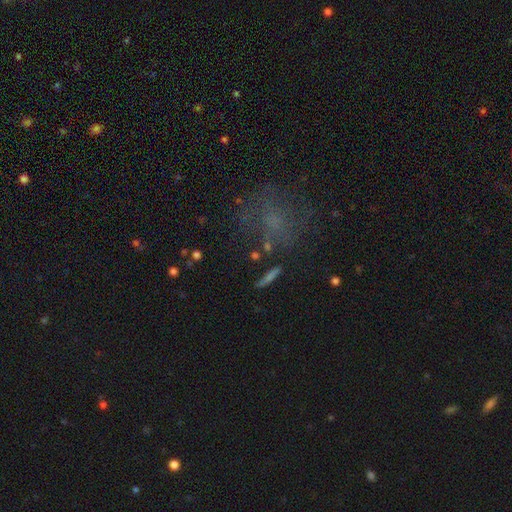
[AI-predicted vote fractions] Overall: smooth (49%; featured or disk 26%). Merging: none (65%).